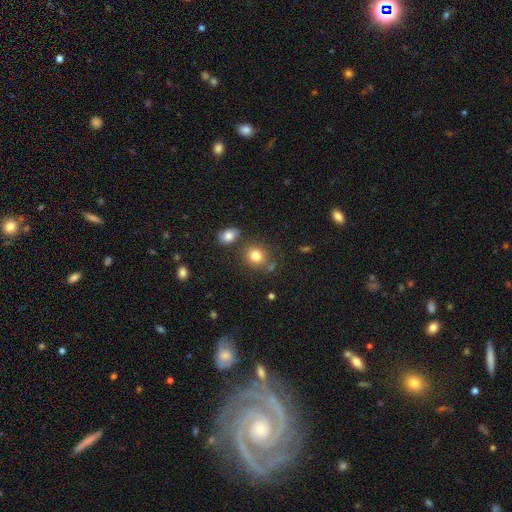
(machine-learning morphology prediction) A smooth galaxy with no disk features (81%) that is round (75%).

Vote fractions:
- Smooth or featured? smooth: 81% / star or artifact: 12% / featured or disk: 8%
- How rounded? round: 75% / in between: 24% / cigar-shaped: 1%
- Merging? none: 73% / minor disturbance: 12% / merger: 11% / major disturbance: 4%